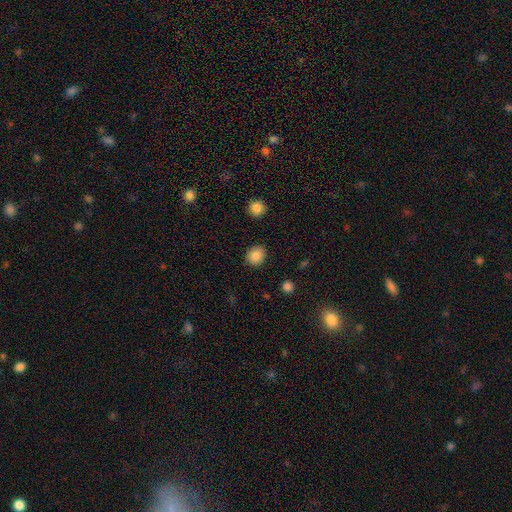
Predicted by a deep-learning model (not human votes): Smooth or featured?
  - smooth: 87% *
  - star or artifact: 10%
  - featured or disk: 3%
How rounded?
  - round: 80% *
  - in between: 19%
  - cigar-shaped: 1%
Merging?
  - none: 89% *
  - minor disturbance: 7%
  - major disturbance: 2%
  - merger: 1%